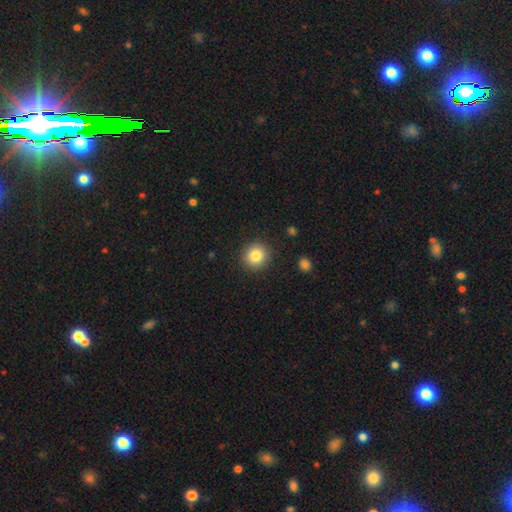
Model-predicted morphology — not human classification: Smooth or featured: smooth — 83% (star or artifact — 10%)
How rounded: round — 88% (in between — 11%)
Merging: none — 90% (minor disturbance — 7%)